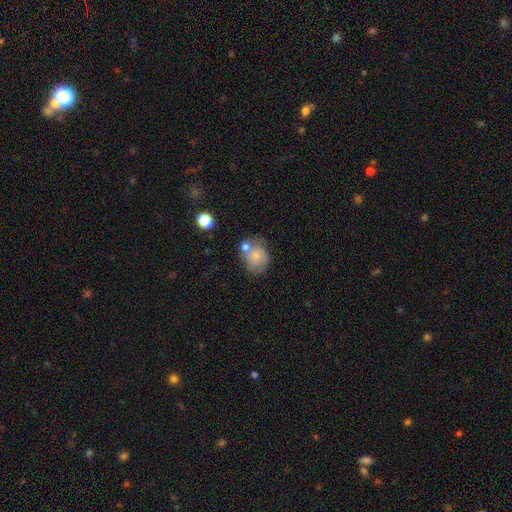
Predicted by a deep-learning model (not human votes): Smooth or featured: smooth — 73% (featured or disk — 19%)
How rounded: round — 57% (in between — 42%)
Merging: none — 48% (merger — 25%)